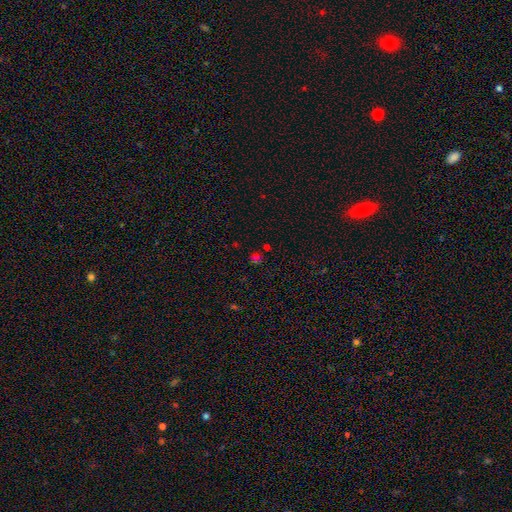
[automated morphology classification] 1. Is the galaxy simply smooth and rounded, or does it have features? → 52% smooth, 40% star or artifact, 7% featured or disk.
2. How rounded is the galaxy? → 85% round, 14% in between, 1% cigar-shaped.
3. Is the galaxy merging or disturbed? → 74% none, 11% minor disturbance, 10% merger, 5% major disturbance.